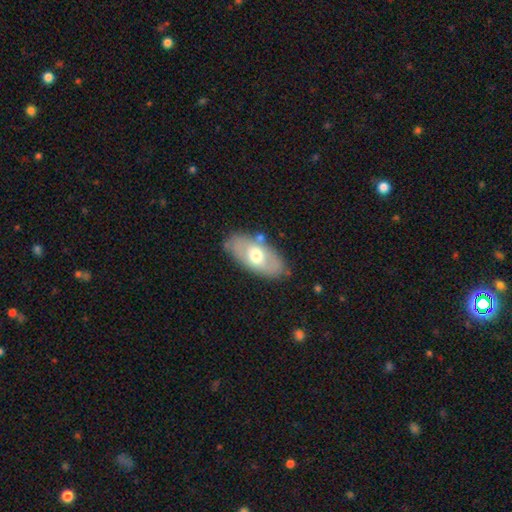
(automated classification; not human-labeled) A smooth galaxy with no disk features (54%) that is in between round and cigar-shaped (92%).

Vote fractions:
- Smooth or featured? smooth: 54% / featured or disk: 40% / star or artifact: 6%
- How rounded? in between: 92% / cigar-shaped: 4% / round: 4%
- Merging? none: 77% / minor disturbance: 15% / major disturbance: 4% / merger: 4%